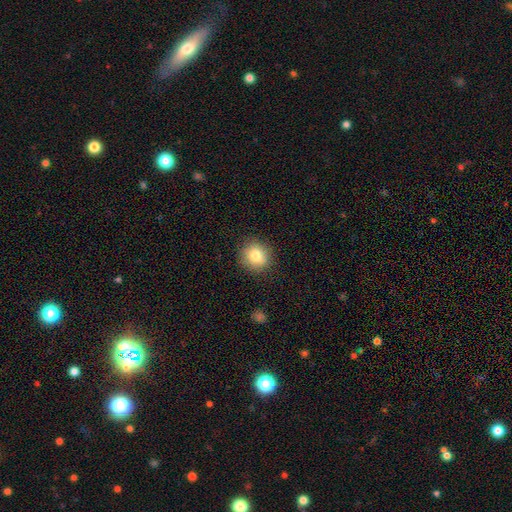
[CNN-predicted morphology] Smooth or featured? smooth (80%)
How rounded? round (82%)
Merging? none (87%)